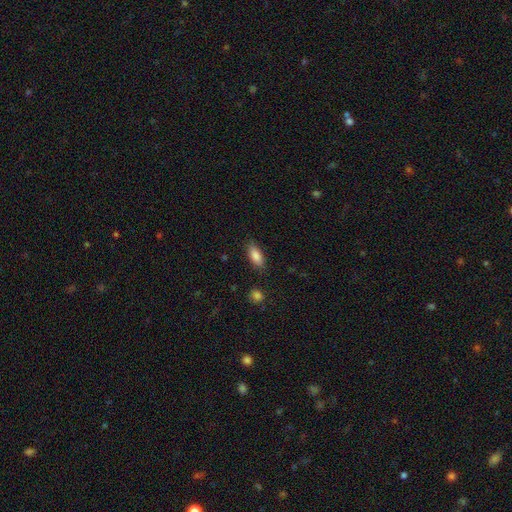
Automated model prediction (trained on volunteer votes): Smooth or featured? smooth (84%)
How rounded? in between (80%)
Merging? none (84%)